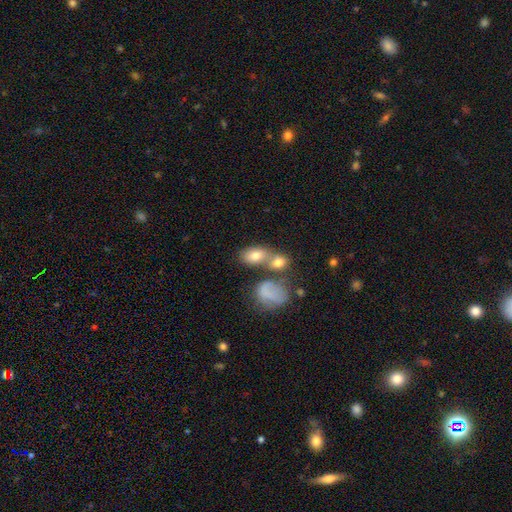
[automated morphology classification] A smooth galaxy with no disk features (73%) that is in between round and cigar-shaped (77%). Merging: merger (41%).